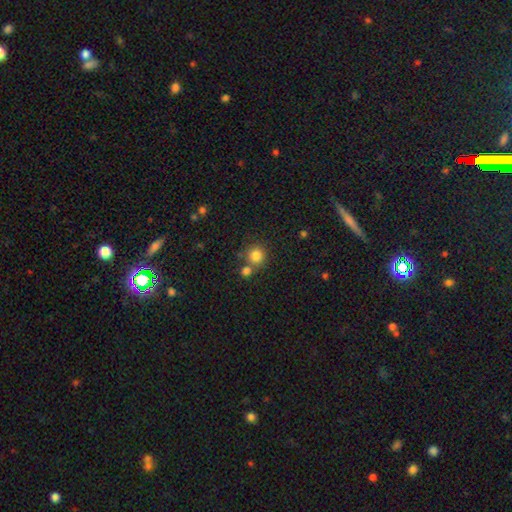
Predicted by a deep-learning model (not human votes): Q: Smooth or featured?
A: smooth (82%); runner-up: star or artifact (12%)
Q: How rounded?
A: round (91%); runner-up: in between (8%)
Q: Merging?
A: none (64%); runner-up: merger (24%)